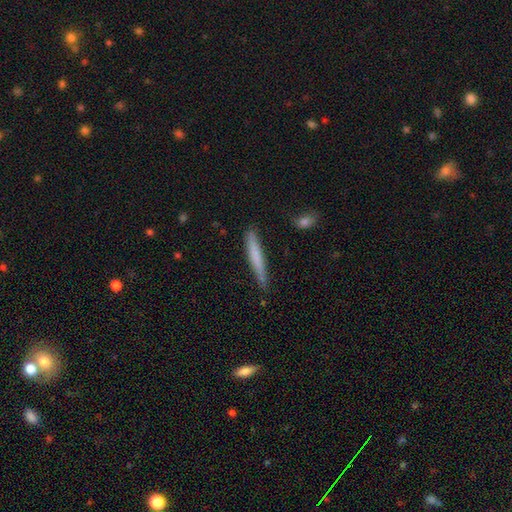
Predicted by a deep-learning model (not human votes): This is likely a smooth galaxy (70%). How rounded: clearly cigar-shaped (96%). Merging: likely none (79%).